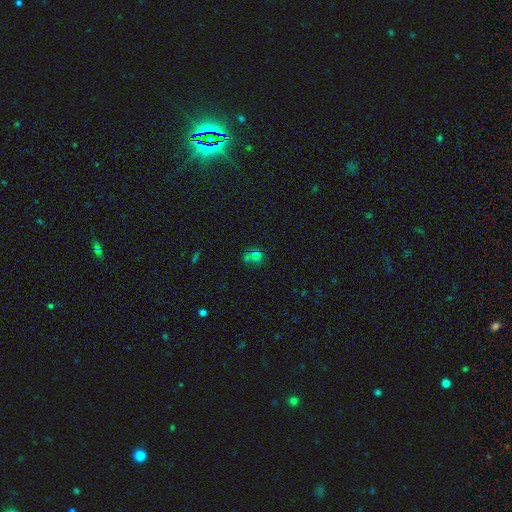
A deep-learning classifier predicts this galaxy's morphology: Overall: star or artifact (47%; smooth 41%).